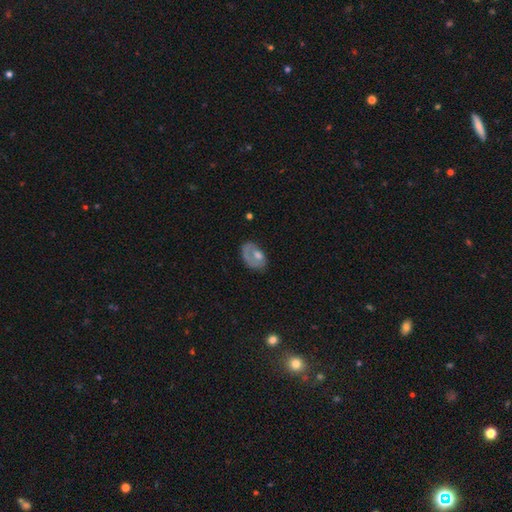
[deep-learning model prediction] smooth-or-featured: smooth: 47% | featured or disk: 45% | star or artifact: 8%
  merging: none: 39% | major disturbance: 31% | minor disturbance: 25% | merger: 4%